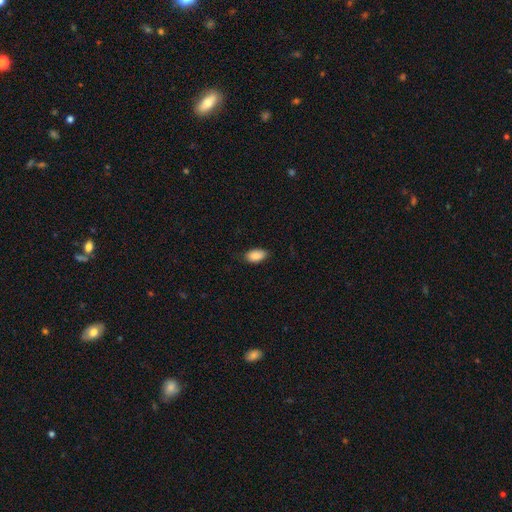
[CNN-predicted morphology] This appears to be a smooth galaxy with no disk features (88%) that is in between round and cigar-shaped (93%). Merging: none (78%).